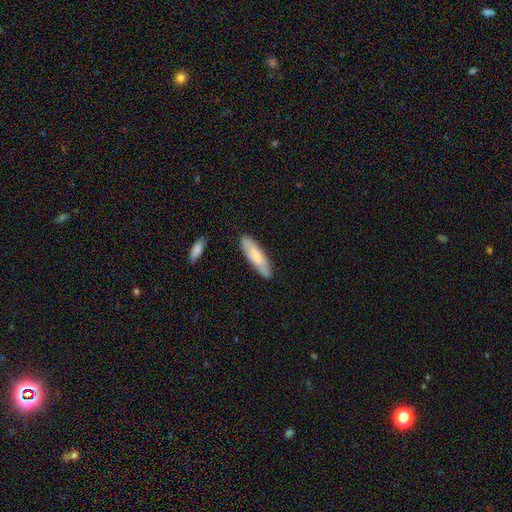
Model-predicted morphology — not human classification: smooth 71%, featured or disk 24%, star or artifact 5%. Down the decision tree: how rounded — cigar-shaped (64%); merging — none (84%).